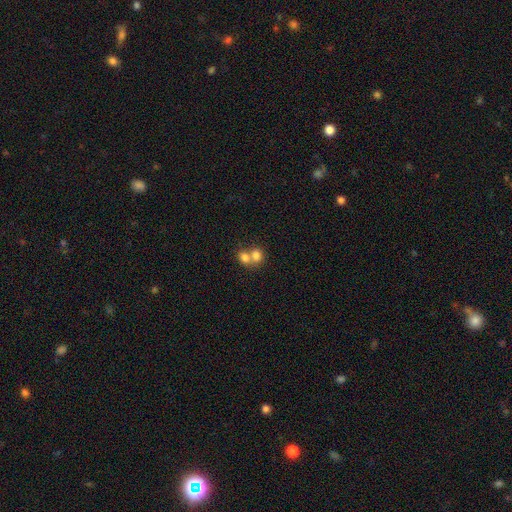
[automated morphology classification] smooth_or_featured: smooth (p=0.76) [alt: featured or disk p=0.14]
how_rounded: round (p=0.58) [alt: in between p=0.41]
merging: merger (p=0.69) [alt: none p=0.24]